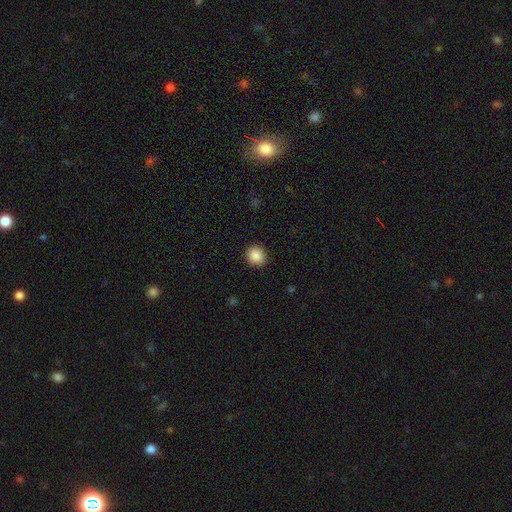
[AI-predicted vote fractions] Overall: smooth (88%). How rounded: round (84%). Merging: none (90%).